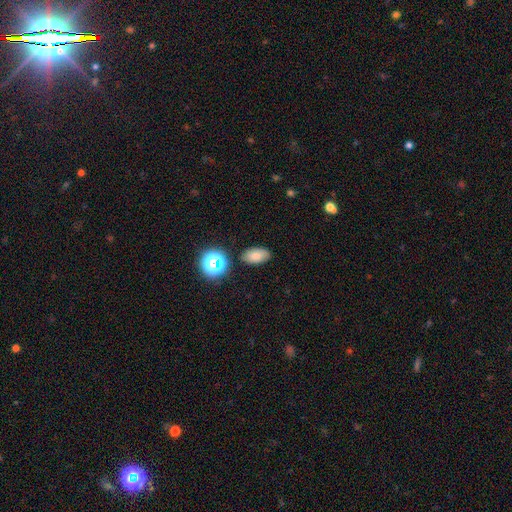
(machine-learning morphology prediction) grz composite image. It shows a smooth galaxy with no disk features (74%) that is in between round and cigar-shaped (89%). Merging: none (81%).